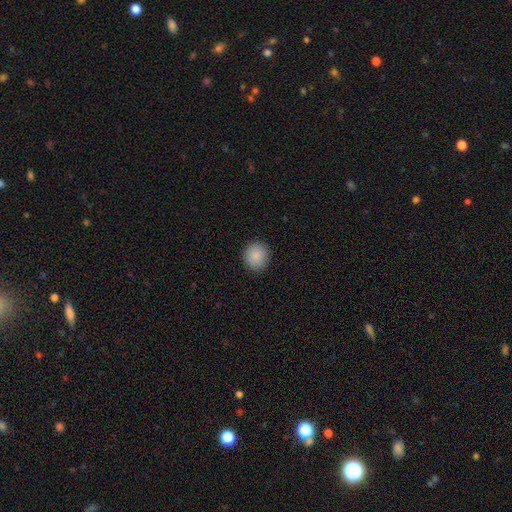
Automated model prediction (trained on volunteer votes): Smooth or featured: smooth — 87% (star or artifact — 8%)
How rounded: round — 87% (in between — 12%)
Merging: none — 91% (minor disturbance — 6%)